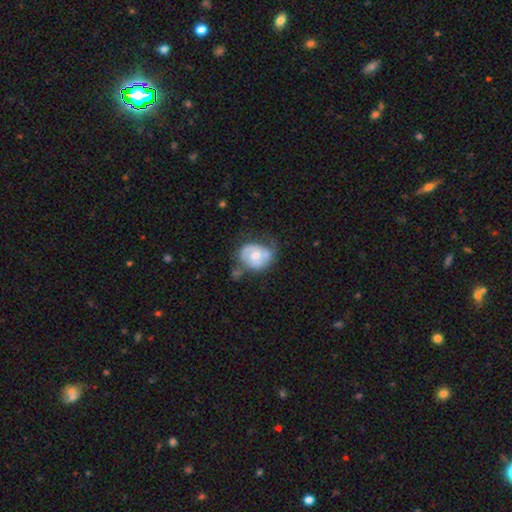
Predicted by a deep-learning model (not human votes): smooth-or-featured: featured or disk: 59% | smooth: 35% | star or artifact: 6%
  disk-edge-on: no: 97% | yes: 3%
    bar: no: 72% | weak: 24% | strong: 5%
    has-spiral-arms: yes: 65% | no: 35%
    bulge-size: moderate: 68% | small: 24% | large: 5% | none: 2% | dominant: 1%
  merging: none: 40% | minor disturbance: 30% | major disturbance: 15% | merger: 14%